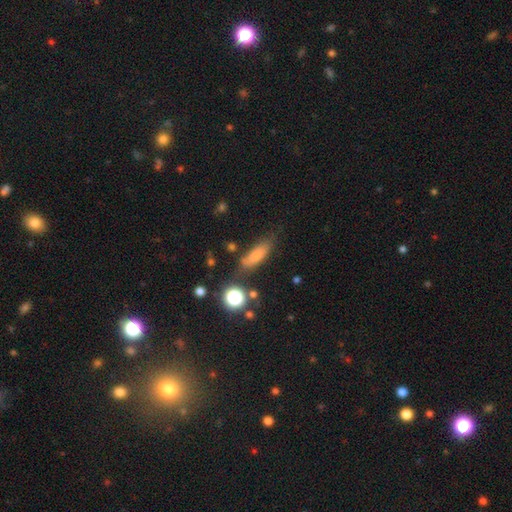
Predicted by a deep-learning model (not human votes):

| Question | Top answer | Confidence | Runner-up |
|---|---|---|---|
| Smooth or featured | smooth | 76% | featured or disk (12%) |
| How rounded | in between | 50% | cigar-shaped (45%) |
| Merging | none | 65% | minor disturbance (22%) |